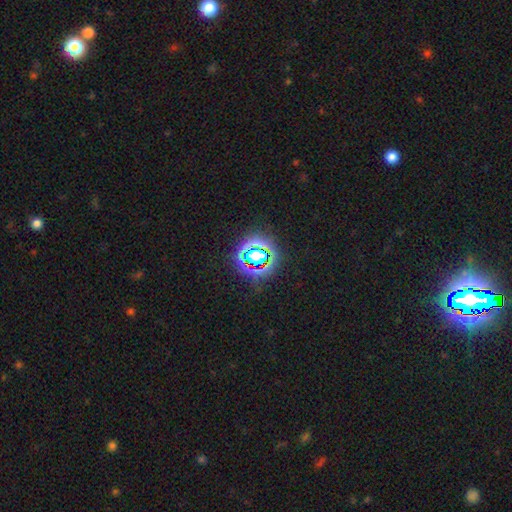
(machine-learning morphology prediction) Smooth or featured?
  - star or artifact: 68% *
  - smooth: 21%
  - featured or disk: 11%